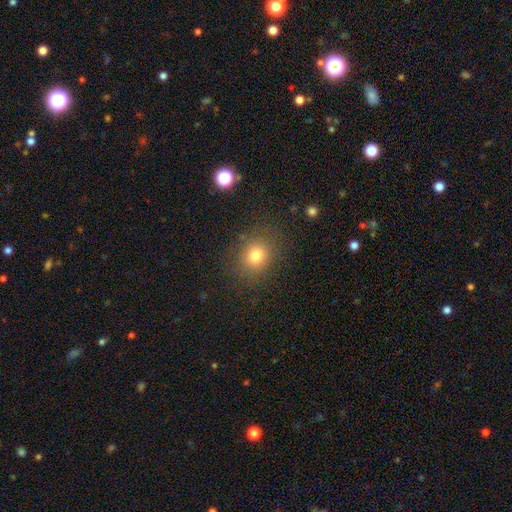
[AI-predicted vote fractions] Smooth or featured?
  - smooth: 77% *
  - star or artifact: 14%
  - featured or disk: 9%
How rounded?
  - round: 71% *
  - in between: 28%
  - cigar-shaped: 1%
Merging?
  - none: 84% *
  - minor disturbance: 10%
  - major disturbance: 5%
  - merger: 2%